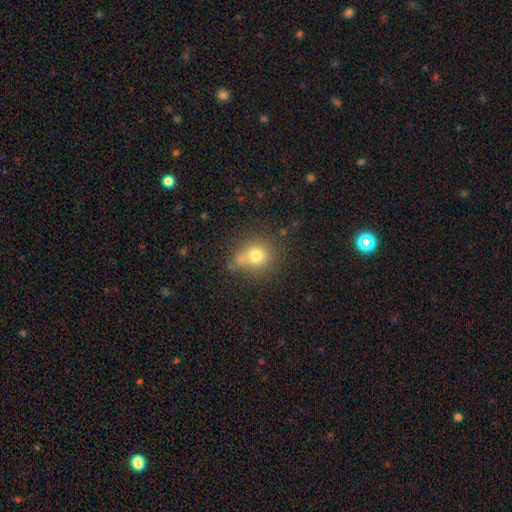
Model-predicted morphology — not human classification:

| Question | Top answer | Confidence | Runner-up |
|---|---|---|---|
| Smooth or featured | smooth | 74% | star or artifact (14%) |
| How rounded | round | 83% | in between (16%) |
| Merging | none | 63% | minor disturbance (16%) |